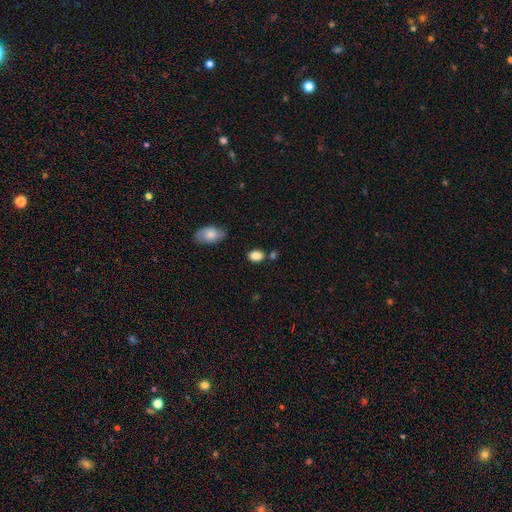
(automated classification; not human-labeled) Overall: smooth (85%). How rounded: in between (73%). Merging: none (73%).